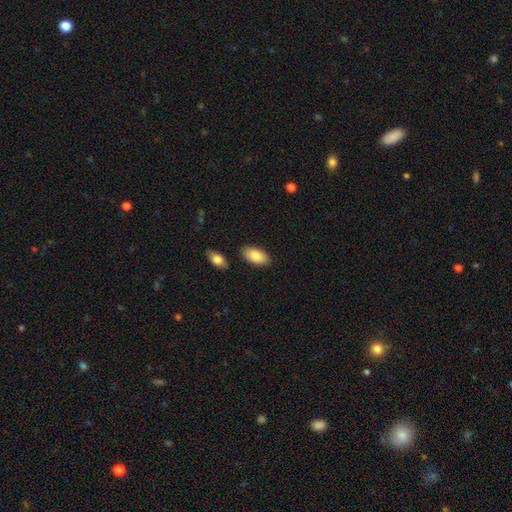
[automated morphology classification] A smooth galaxy with no disk features (85%) that is in between round and cigar-shaped (94%). Merging: none (86%).